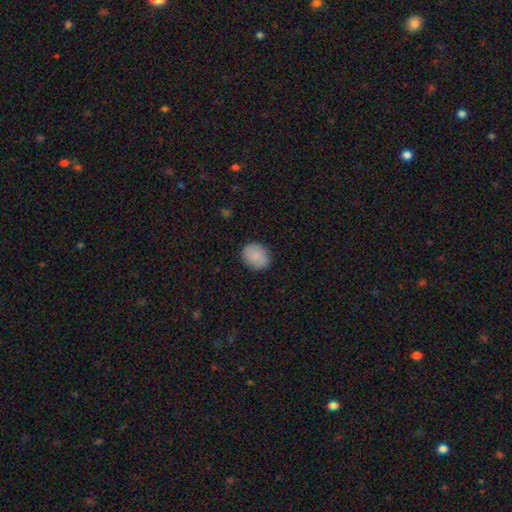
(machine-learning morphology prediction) Smooth or featured? Predicted: smooth (p=0.88). How rounded? Predicted: round (p=0.62). Merging? Predicted: none (p=0.88).